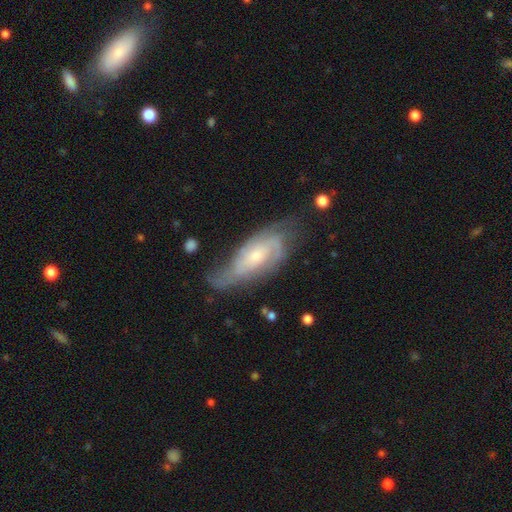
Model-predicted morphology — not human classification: smooth-or-featured: featured or disk: 77% | smooth: 17% | star or artifact: 6%
  disk-edge-on: no: 90% | yes: 10%
    bar: no: 64% | weak: 30% | strong: 6%
    has-spiral-arms: yes: 92% | no: 8%
      spiral-winding: tight: 43% | medium: 40% | loose: 17%
      spiral-arm-count: 2: 43% | can't tell: 32% | 3: 14% | 1: 5% | 4: 4% | more than 4: 3%
    bulge-size: small: 55% | moderate: 38% | large: 3% | none: 3% | dominant: 1%
  merging: none: 54% | minor disturbance: 28% | major disturbance: 16% | merger: 2%